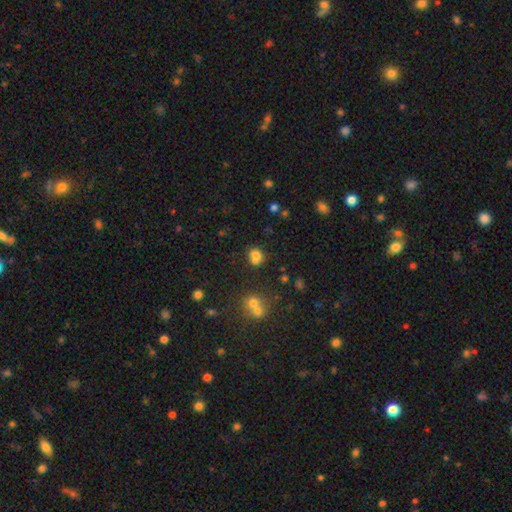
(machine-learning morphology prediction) Q: Smooth or featured?
A: smooth (72%); runner-up: star or artifact (16%)
Q: How rounded?
A: round (70%); runner-up: in between (29%)
Q: Merging?
A: none (48%); runner-up: merger (37%)